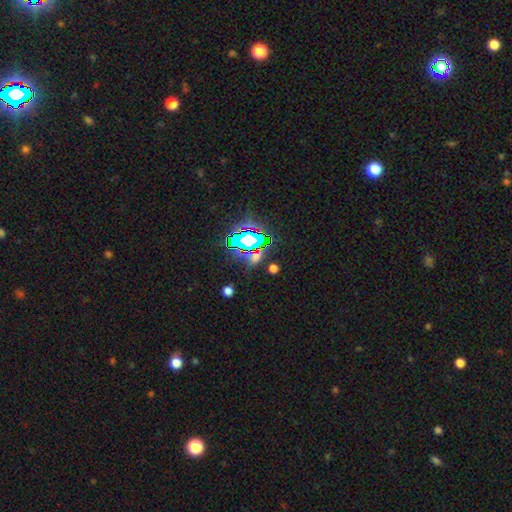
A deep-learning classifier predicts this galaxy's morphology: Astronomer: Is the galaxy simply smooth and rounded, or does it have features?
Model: star or artifact — 62%.